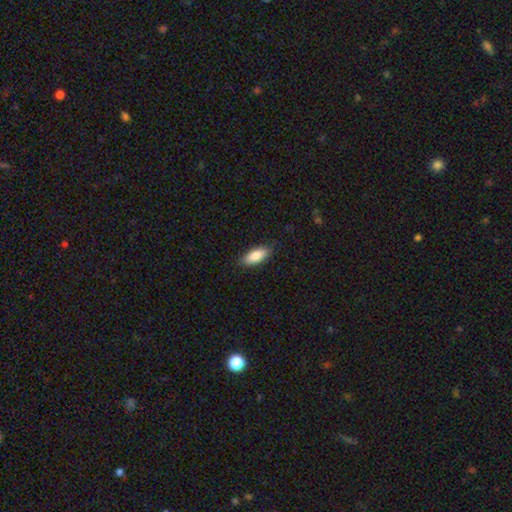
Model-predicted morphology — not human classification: This appears to be a smooth galaxy with no disk features (84%) that is in between round and cigar-shaped (80%). Merging: none (84%).